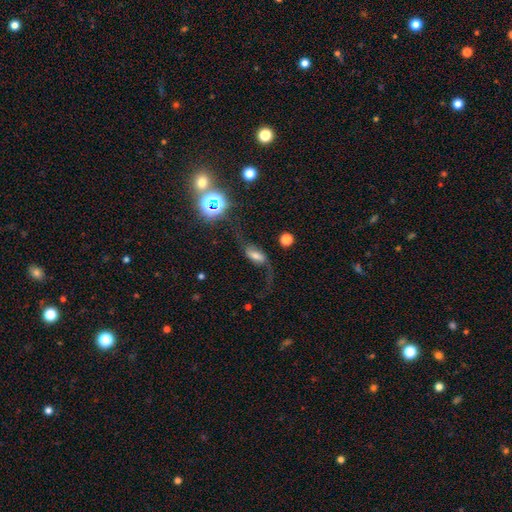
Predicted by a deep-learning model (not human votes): smooth_or_featured: featured or disk (p=0.57) [alt: smooth p=0.28]
disk_edge_on: no (p=0.89) [alt: yes p=0.11]
bar: weak (p=0.38) [alt: no p=0.36]
has_spiral_arms: yes (p=0.85) [alt: no p=0.15]
bulge_size: moderate (p=0.41) [alt: small p=0.25]
merging: none (p=0.50) [alt: major disturbance p=0.28]